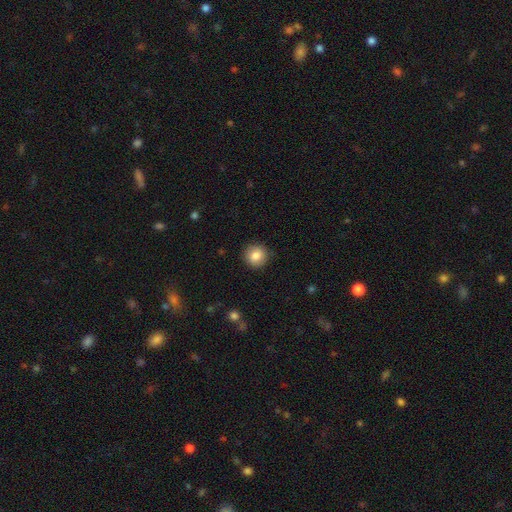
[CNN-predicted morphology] Q: Smooth or featured?
A: smooth (85%); runner-up: star or artifact (9%)
Q: How rounded?
A: round (92%); runner-up: in between (7%)
Q: Merging?
A: none (90%); runner-up: minor disturbance (7%)